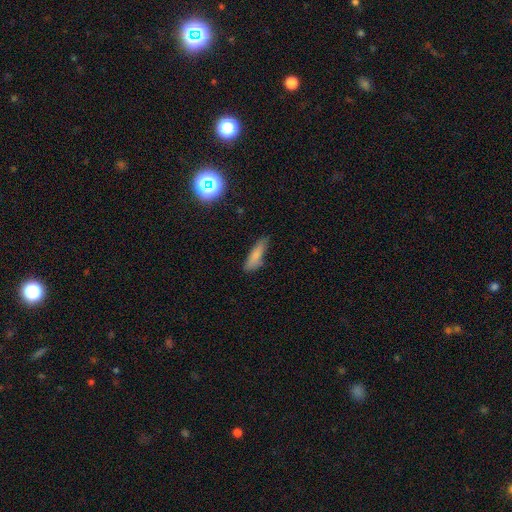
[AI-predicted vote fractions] The model was most divided on "how rounded": cigar-shaped: 59%, in between: 39%, round: 2%. More confident: smooth or featured — smooth (79%); merging — none (70%).